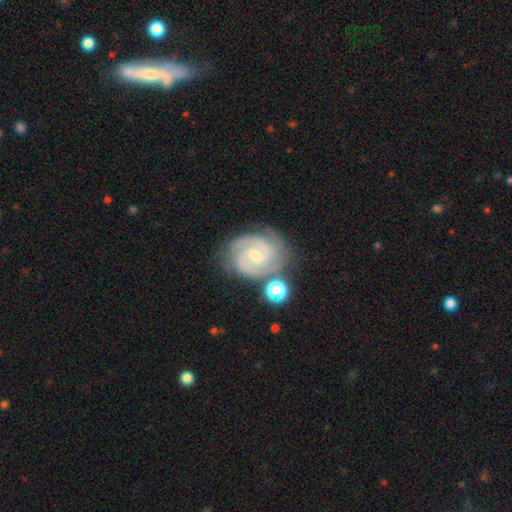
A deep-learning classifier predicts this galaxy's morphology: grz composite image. It shows a featured or disk galaxy (89%) with no bar (51%), 2 (42%) tight (64%) spiral arms (98%) and a small central bulge (60%). Merging: none (70%).